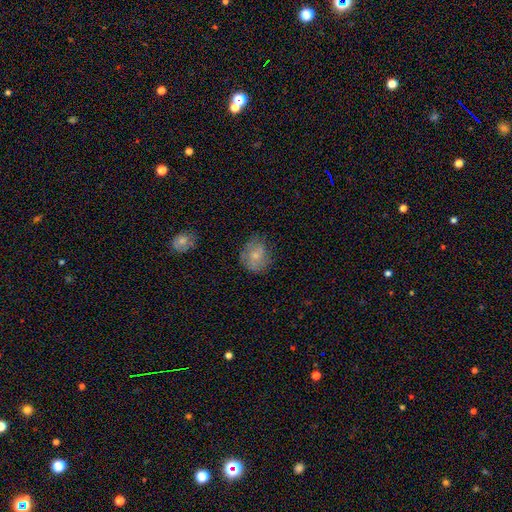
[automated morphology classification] This appears to be a smooth galaxy with no disk features (67%) that is round (69%). Merging: none (64%).